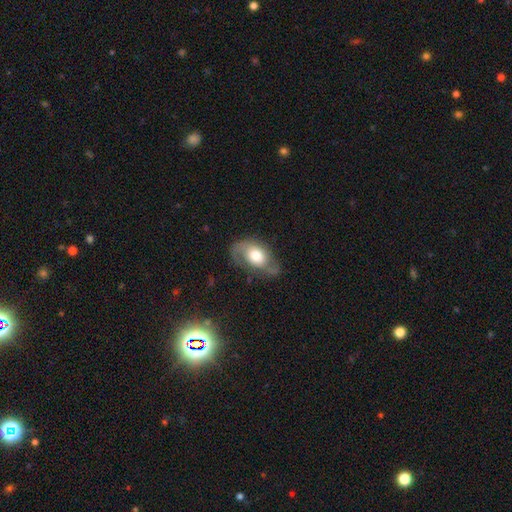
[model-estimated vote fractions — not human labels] Smooth or featured?
  - featured or disk: 53% *
  - smooth: 40%
  - star or artifact: 7%
Edge-on disk?
  - no: 93% *
  - yes: 7%
Merging?
  - none: 54% *
  - minor disturbance: 27%
  - major disturbance: 16%
  - merger: 2%